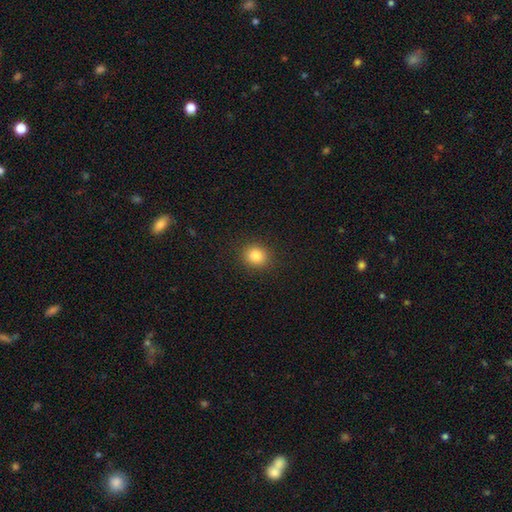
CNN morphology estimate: Smooth or featured? Predicted: smooth (p=0.83). How rounded? Predicted: round (p=0.81). Merging? Predicted: none (p=0.90).